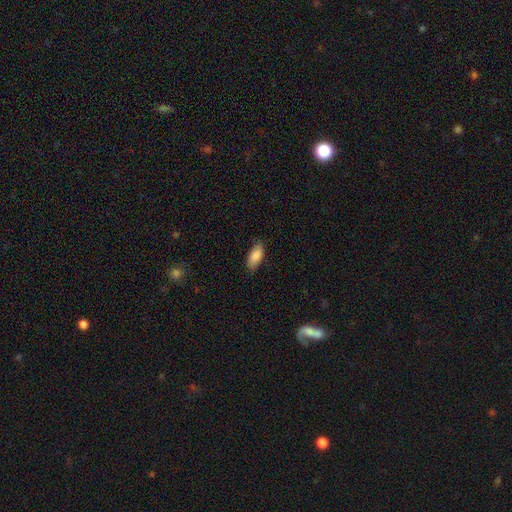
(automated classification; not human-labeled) smooth_or_featured: smooth (p=0.87) [alt: featured or disk p=0.07]
how_rounded: in between (p=0.85) [alt: cigar-shaped p=0.13]
merging: none (p=0.81) [alt: minor disturbance p=0.15]